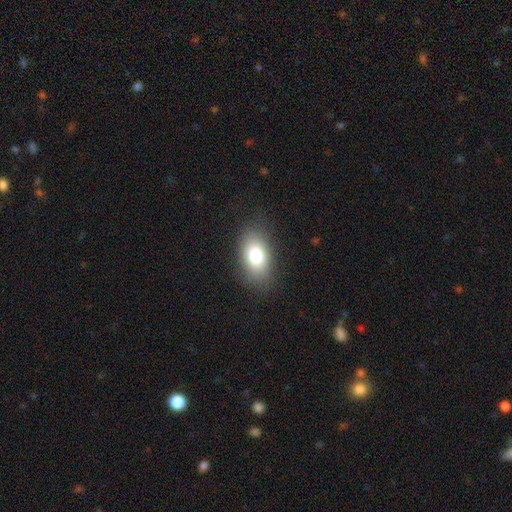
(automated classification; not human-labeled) Overall: smooth (78%). How rounded: in between (86%). Merging: none (83%).